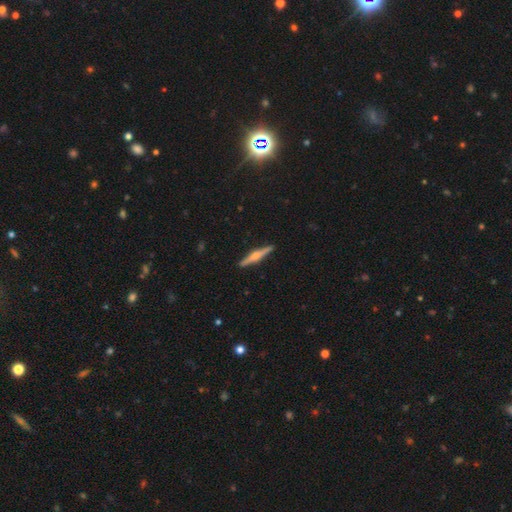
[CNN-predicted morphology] smooth-or-featured: featured or disk: 66% | smooth: 28% | star or artifact: 5%
  disk-edge-on: yes: 98% | no: 2%
    edge-on-bulge: rounded: 86% | boxy: 8% | none: 6%
  merging: none: 91% | minor disturbance: 6% | major disturbance: 1% | merger: 1%